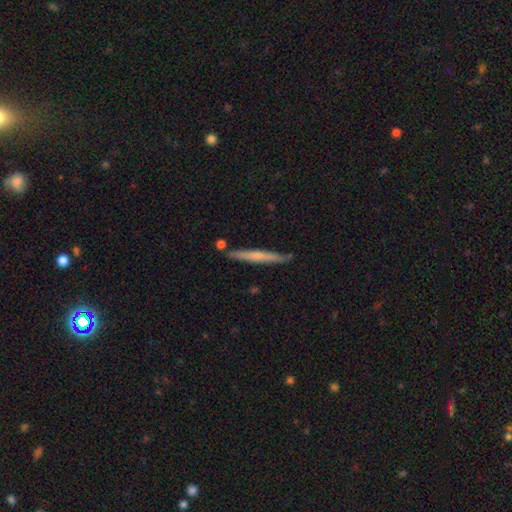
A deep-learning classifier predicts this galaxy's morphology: Smooth or featured? smooth (49%)
Merging? none (84%)